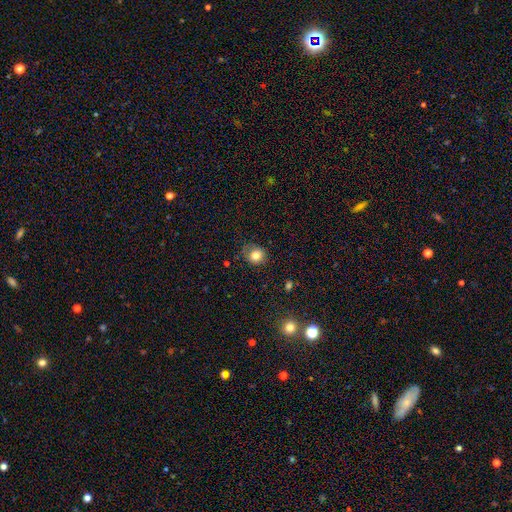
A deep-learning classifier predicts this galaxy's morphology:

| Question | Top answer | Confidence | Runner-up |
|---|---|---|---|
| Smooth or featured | smooth | 81% | star or artifact (11%) |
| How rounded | round | 78% | in between (21%) |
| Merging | none | 74% | minor disturbance (20%) |